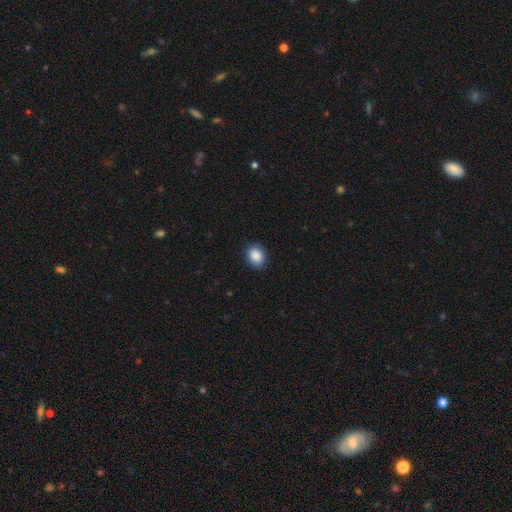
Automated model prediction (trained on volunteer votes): Smooth or featured? Predicted: smooth (p=0.89). How rounded? Predicted: round (p=0.51). Merging? Predicted: none (p=0.87).